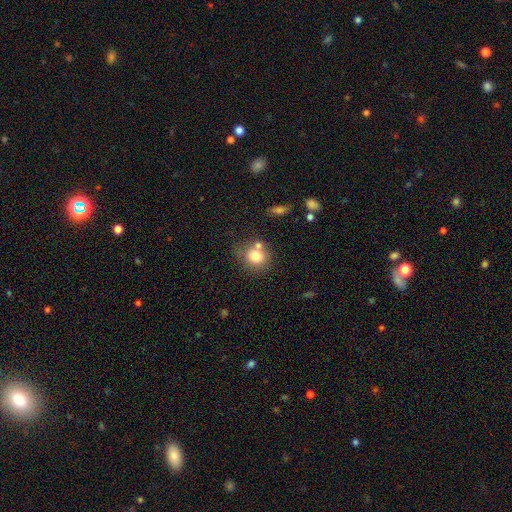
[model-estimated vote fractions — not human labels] A smooth galaxy with no disk features (76%) that is round (78%).

Vote fractions:
- Smooth or featured? smooth: 76% / featured or disk: 13% / star or artifact: 11%
- How rounded? round: 78% / in between: 21% / cigar-shaped: 1%
- Merging? none: 58% / merger: 24% / minor disturbance: 13% / major disturbance: 4%